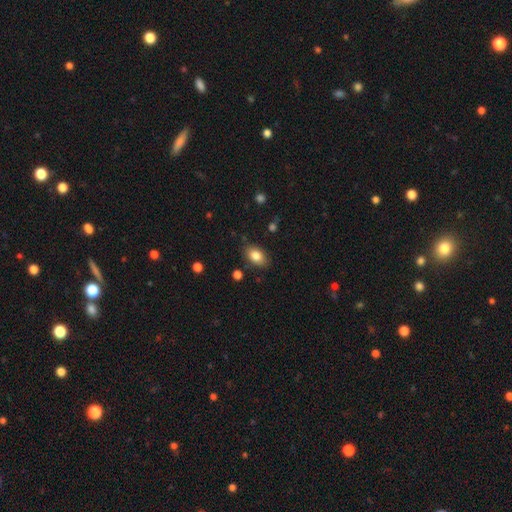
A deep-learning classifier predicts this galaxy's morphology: Smooth or featured? Predicted: smooth (p=0.83). How rounded? Predicted: in between (p=0.87). Merging? Predicted: none (p=0.84).